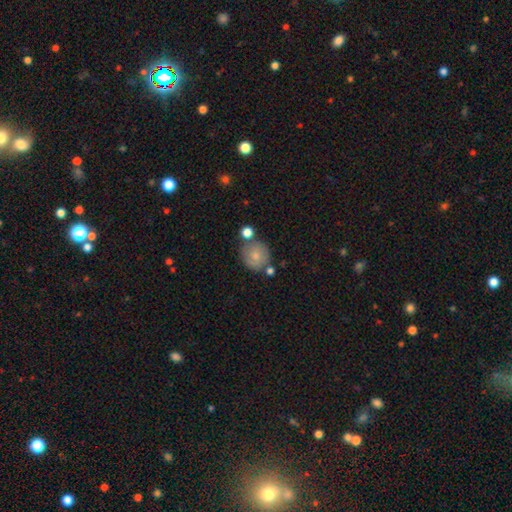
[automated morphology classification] Smooth or featured? smooth (74%)
How rounded? round (88%)
Merging? none (65%)